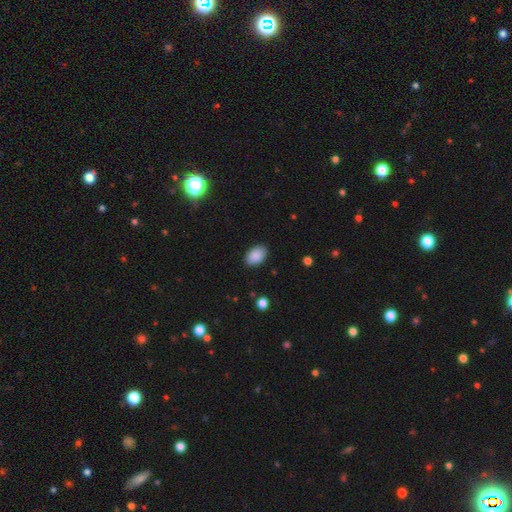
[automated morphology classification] A smooth galaxy with no disk features (88%) that is in between round and cigar-shaped (90%).

Vote fractions:
- Smooth or featured? smooth: 88% / star or artifact: 7% / featured or disk: 4%
- How rounded? in between: 90% / round: 9% / cigar-shaped: 1%
- Merging? none: 88% / minor disturbance: 9% / major disturbance: 2% / merger: 1%